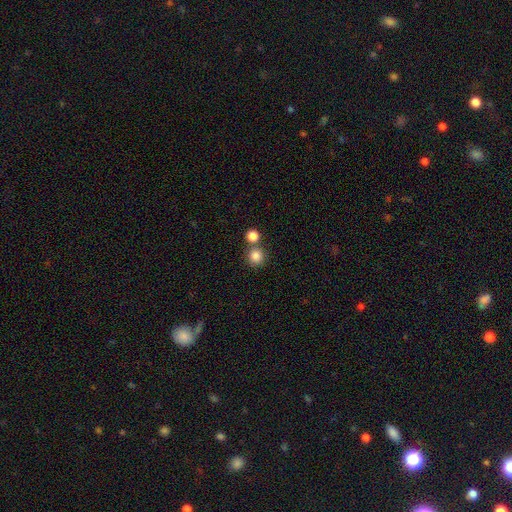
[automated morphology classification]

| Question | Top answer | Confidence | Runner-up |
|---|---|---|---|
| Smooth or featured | smooth | 84% | star or artifact (11%) |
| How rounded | round | 92% | in between (7%) |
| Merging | none | 68% | merger (23%) |